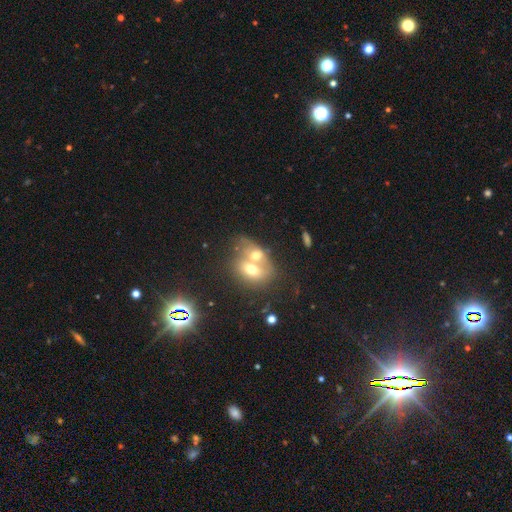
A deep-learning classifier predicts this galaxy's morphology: smooth_or_featured: smooth (p=0.58) [alt: featured or disk p=0.32]
how_rounded: in between (p=0.64) [alt: round p=0.34]
merging: merger (p=0.73) [alt: none p=0.16]